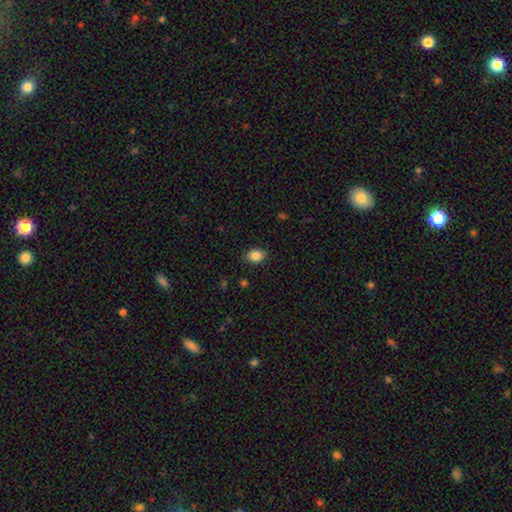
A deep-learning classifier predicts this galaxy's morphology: This appears to be a smooth galaxy with no disk features (86%) that is in between round and cigar-shaped (67%). Merging: none (87%).